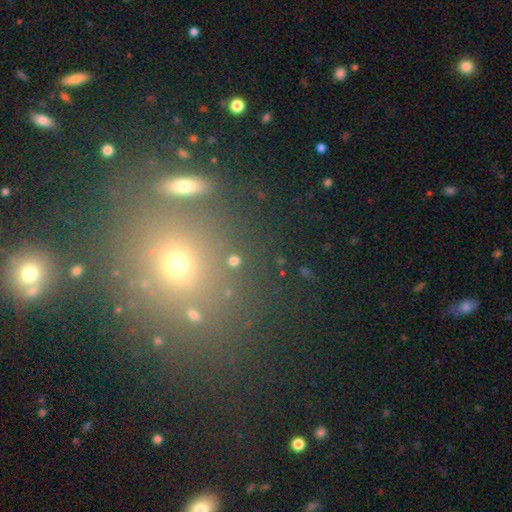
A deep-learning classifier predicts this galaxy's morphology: smooth_or_featured: smooth (p=0.48) [alt: star or artifact p=0.38]
merging: none (p=0.71) [alt: merger p=0.13]